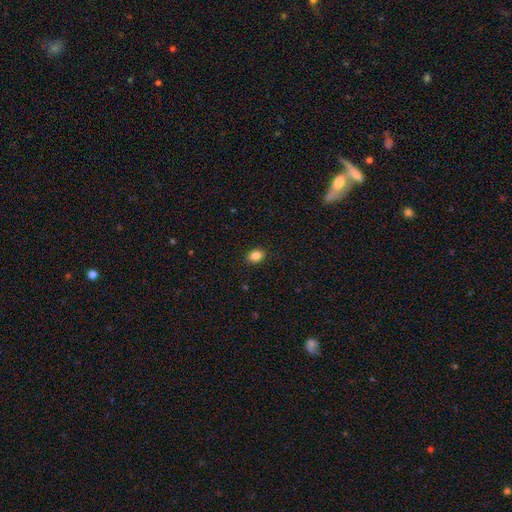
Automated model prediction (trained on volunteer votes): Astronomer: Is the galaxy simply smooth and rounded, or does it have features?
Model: smooth — 86%.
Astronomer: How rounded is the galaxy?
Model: in between — 65%.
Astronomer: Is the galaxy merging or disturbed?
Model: none — 90%.